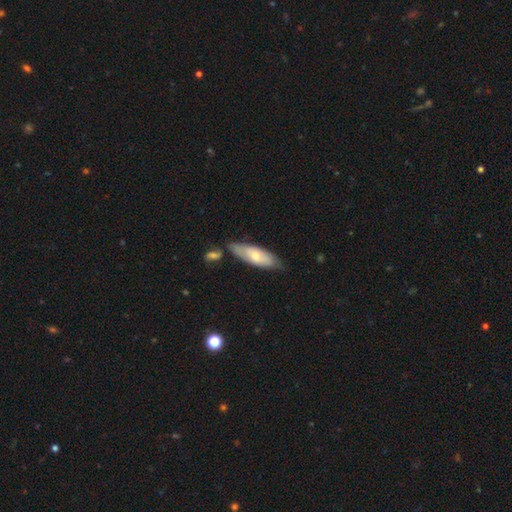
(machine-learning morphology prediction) A smooth galaxy with no disk features (60%) that is in between round and cigar-shaped (60%). Merging: none (65%).